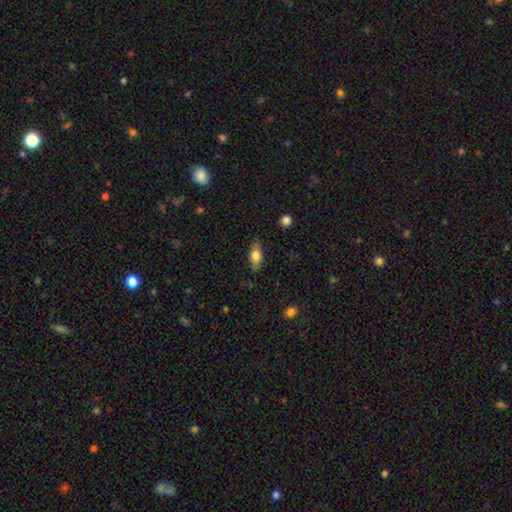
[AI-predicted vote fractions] Overall: smooth (74%). How rounded: in between (81%). Merging: none (84%).